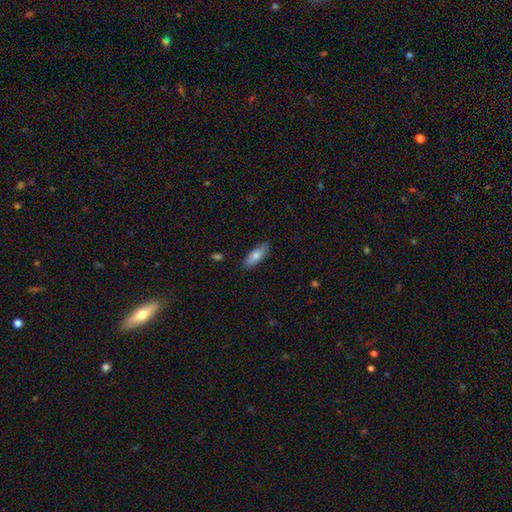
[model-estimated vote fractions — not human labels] The model was most divided on "how rounded": in between: 68%, cigar-shaped: 30%, round: 2%. More confident: merging — none (83%); smooth or featured — smooth (77%).